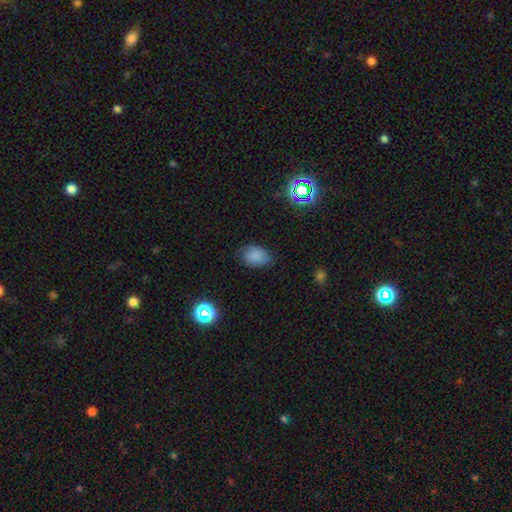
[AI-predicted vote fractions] A smooth galaxy with no disk features (81%) that is in between round and cigar-shaped (76%).

Vote fractions:
- Smooth or featured? smooth: 81% / star or artifact: 12% / featured or disk: 7%
- How rounded? in between: 76% / round: 22% / cigar-shaped: 1%
- Merging? none: 73% / minor disturbance: 22% / major disturbance: 4% / merger: 1%